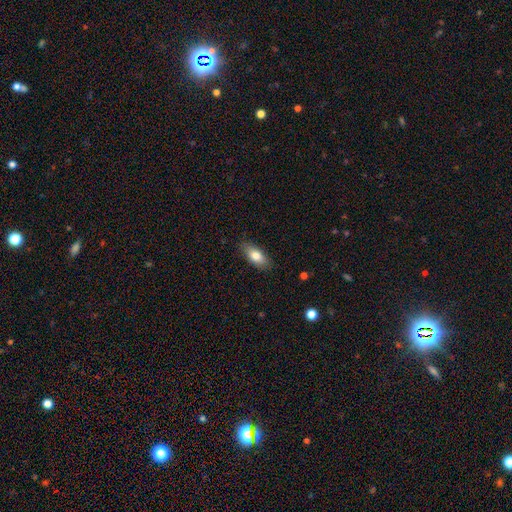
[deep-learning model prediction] Smooth or featured? Predicted: smooth (p=0.78). How rounded? Predicted: in between (p=0.82). Merging? Predicted: none (p=0.85).